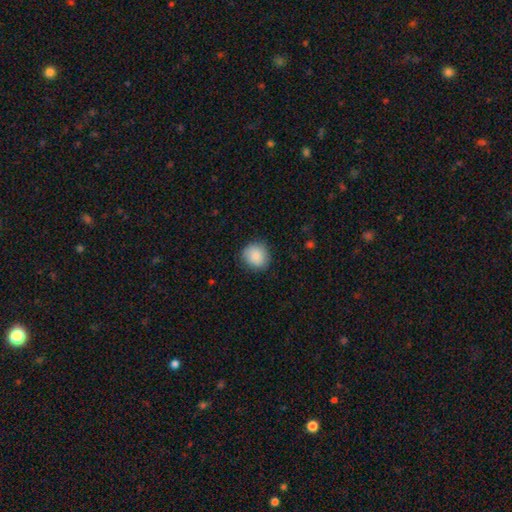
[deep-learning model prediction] Smooth or featured? Predicted: smooth (p=0.87). How rounded? Predicted: round (p=0.85). Merging? Predicted: none (p=0.84).